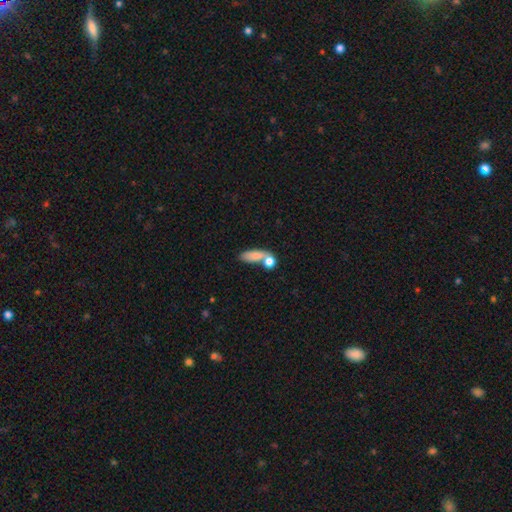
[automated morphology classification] A smooth galaxy with no disk features (78%) that is in between round and cigar-shaped (62%).

Vote fractions:
- Smooth or featured? smooth: 78% / featured or disk: 13% / star or artifact: 8%
- How rounded? in between: 62% / cigar-shaped: 26% / round: 12%
- Merging? none: 41% / merger: 38% / minor disturbance: 13% / major disturbance: 8%